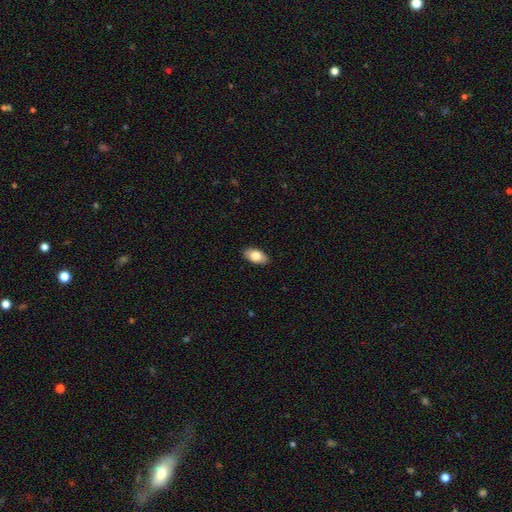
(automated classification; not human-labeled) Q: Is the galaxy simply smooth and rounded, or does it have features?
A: smooth — 81%.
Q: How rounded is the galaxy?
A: in between — 93%.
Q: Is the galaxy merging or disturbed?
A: none — 88%.